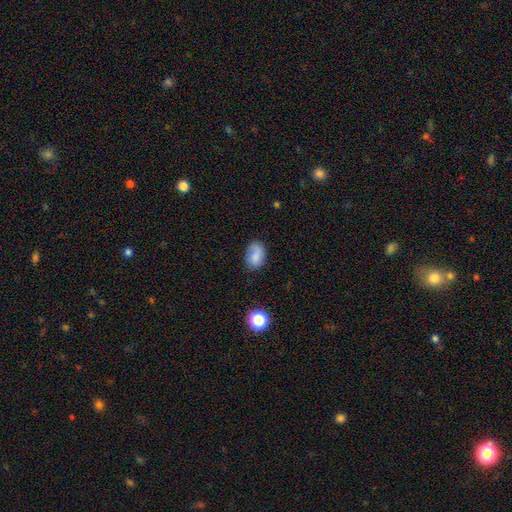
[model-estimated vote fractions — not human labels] smooth 80%, featured or disk 10%, star or artifact 10%. Down the decision tree: how rounded — in between (83%); merging — none (66%).